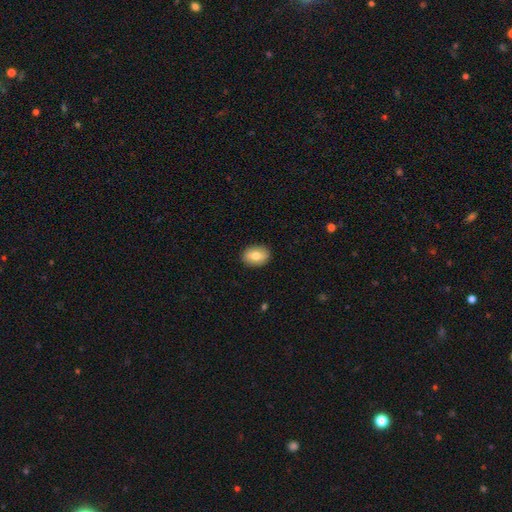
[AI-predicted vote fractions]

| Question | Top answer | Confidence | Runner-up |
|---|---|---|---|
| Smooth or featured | smooth | 76% | featured or disk (17%) |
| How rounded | in between | 71% | round (27%) |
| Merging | none | 89% | minor disturbance (8%) |